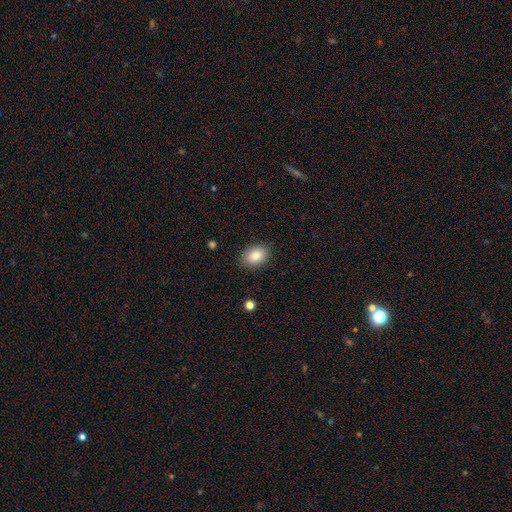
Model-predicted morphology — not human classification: This appears to be a smooth galaxy with no disk features (84%) that is in between round and cigar-shaped (77%). Merging: none (88%).